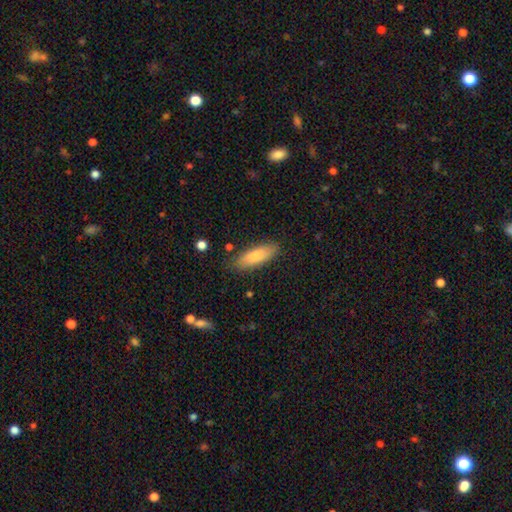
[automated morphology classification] smooth_or_featured: smooth (p=0.79) [alt: featured or disk p=0.15]
how_rounded: in between (p=0.55) [alt: cigar-shaped p=0.43]
merging: none (p=0.85) [alt: minor disturbance p=0.11]